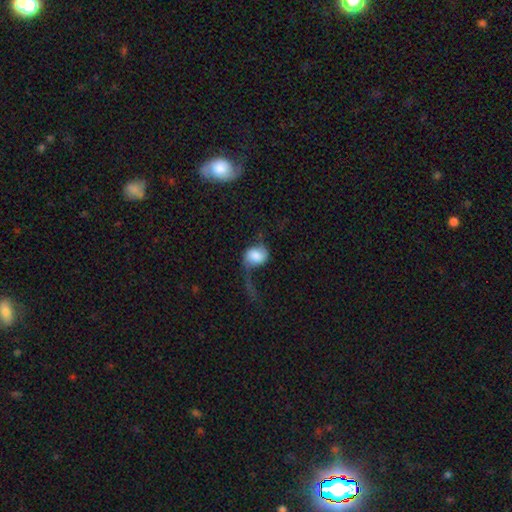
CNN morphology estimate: Smooth or featured?
  - smooth: 50% *
  - featured or disk: 42%
  - star or artifact: 9%
Merging?
  - major disturbance: 47% *
  - none: 30%
  - minor disturbance: 19%
  - merger: 4%